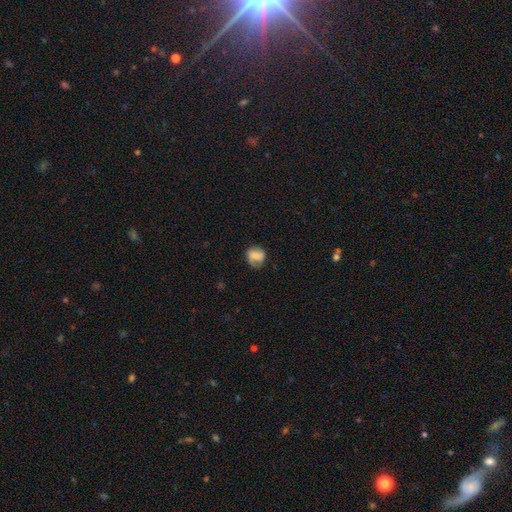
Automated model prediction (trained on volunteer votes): This appears to be a smooth galaxy with no disk features (60%) that is round (73%). Merging: none (60%).